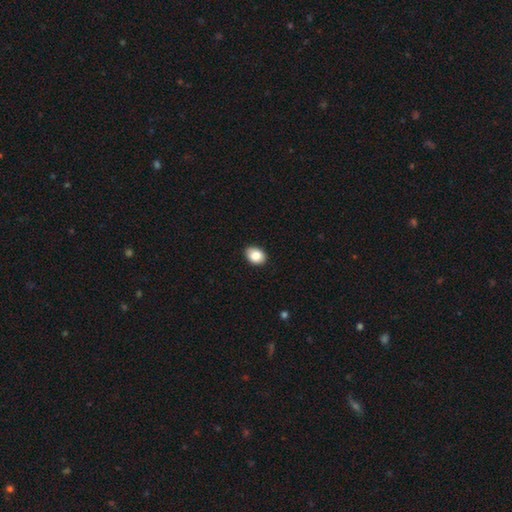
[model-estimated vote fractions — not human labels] Smooth or featured: smooth — 87% (star or artifact — 8%)
How rounded: in between — 72% (round — 27%)
Merging: none — 88% (minor disturbance — 10%)